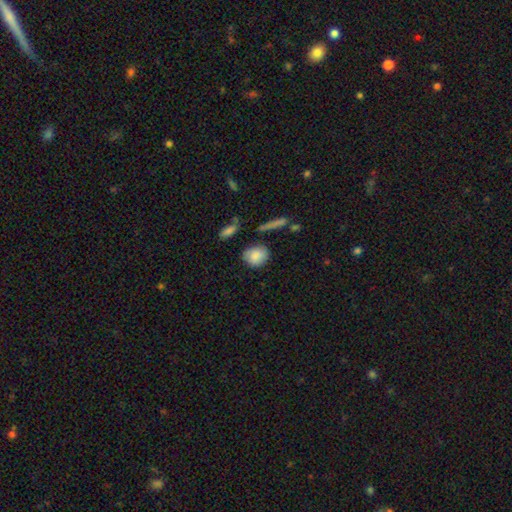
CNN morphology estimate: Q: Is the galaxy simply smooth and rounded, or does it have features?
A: smooth — 85%.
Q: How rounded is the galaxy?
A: round — 64%.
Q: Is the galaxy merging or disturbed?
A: none — 76%.